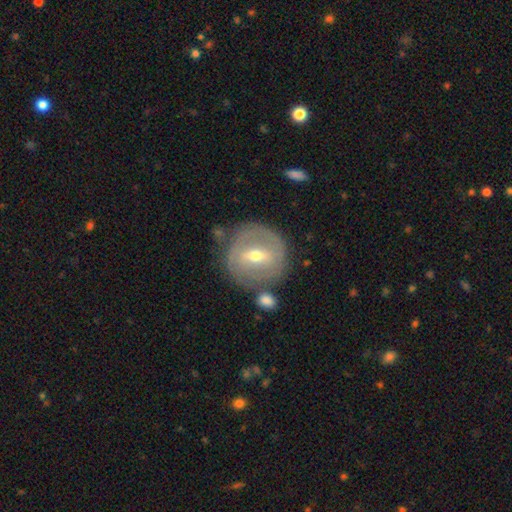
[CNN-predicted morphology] Smooth or featured? Predicted: featured or disk (p=0.73). Edge-on disk? Predicted: no (p=0.94). Bar? Predicted: weak (p=0.47). Spiral arms? Predicted: yes (p=0.66). Bulge size? Predicted: moderate (p=0.57). Merging? Predicted: none (p=0.74).